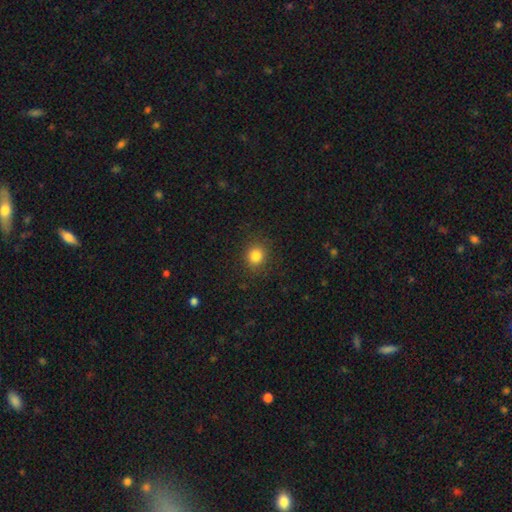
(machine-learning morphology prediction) smooth_or_featured: smooth (p=0.83) [alt: star or artifact p=0.12]
how_rounded: round (p=0.82) [alt: in between p=0.17]
merging: none (p=0.89) [alt: minor disturbance p=0.08]